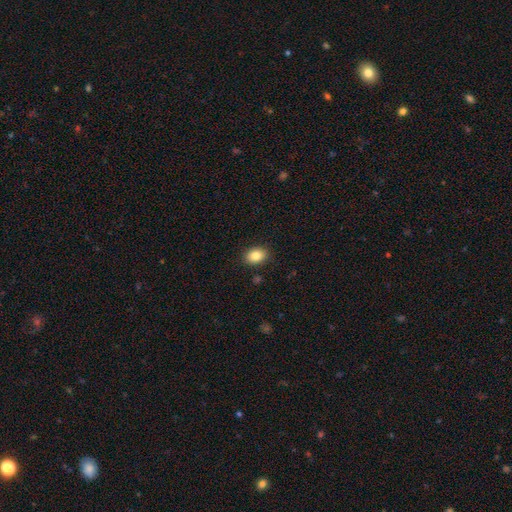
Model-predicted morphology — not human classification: Smooth or featured: smooth — 84% (star or artifact — 9%)
How rounded: in between — 72% (round — 27%)
Merging: none — 88% (minor disturbance — 8%)